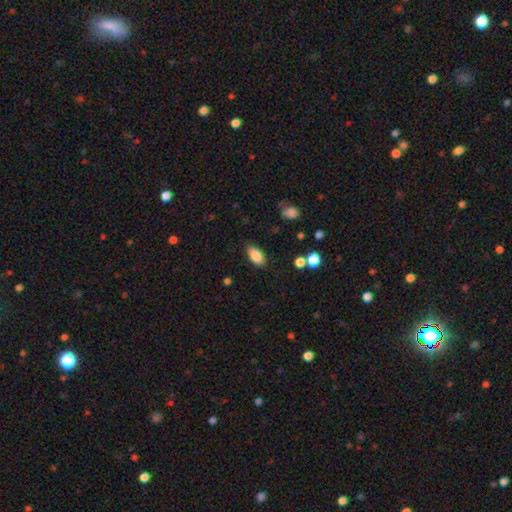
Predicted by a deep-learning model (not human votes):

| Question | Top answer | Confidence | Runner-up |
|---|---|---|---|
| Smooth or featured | smooth | 86% | star or artifact (8%) |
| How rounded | in between | 91% | cigar-shaped (5%) |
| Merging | none | 84% | minor disturbance (12%) |